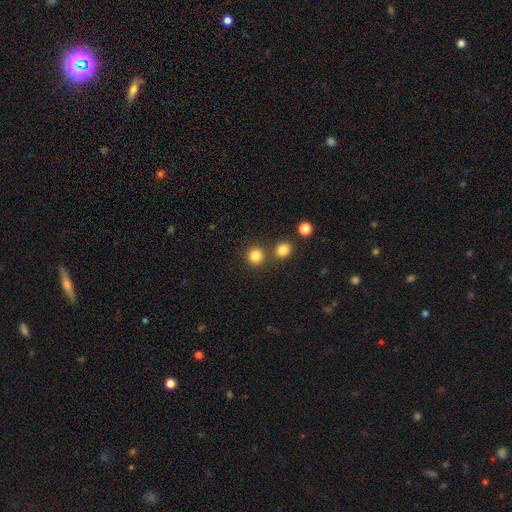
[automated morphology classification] A smooth galaxy with no disk features (84%) that is round (92%). Merging: none (78%).